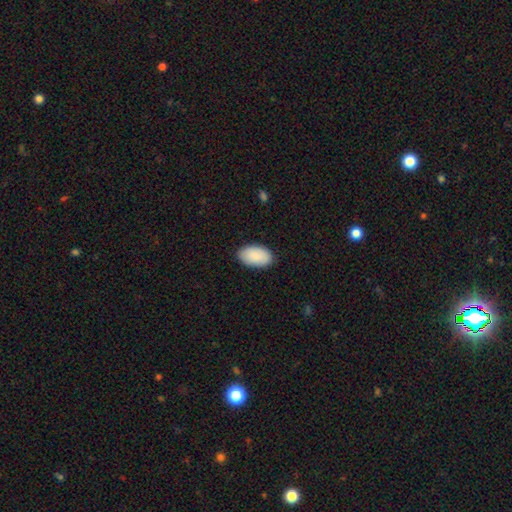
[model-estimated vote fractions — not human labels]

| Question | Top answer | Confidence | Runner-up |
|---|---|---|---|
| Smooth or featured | smooth | 91% | star or artifact (5%) |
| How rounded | in between | 96% | round (3%) |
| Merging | none | 88% | minor disturbance (10%) |